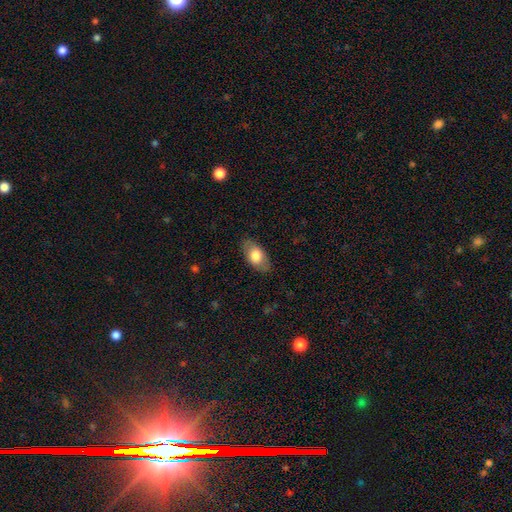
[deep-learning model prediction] A smooth galaxy with no disk features (74%) that is in between round and cigar-shaped (93%). Merging: none (84%).